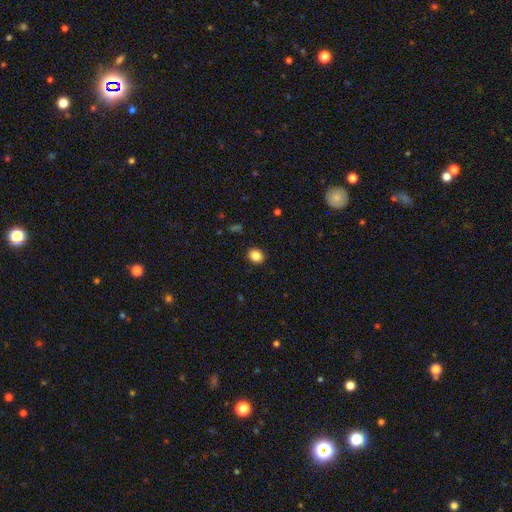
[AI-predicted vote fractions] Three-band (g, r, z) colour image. It shows a smooth galaxy with no disk features (86%) that is round (66%). Merging: none (91%).